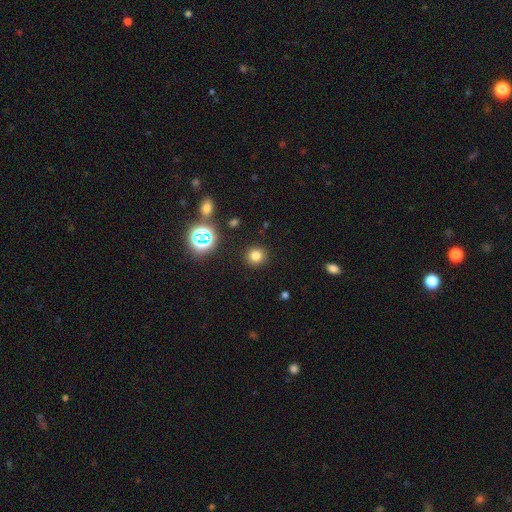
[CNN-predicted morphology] This appears to be a smooth galaxy with no disk features (77%) that is round (90%). Merging: none (90%).